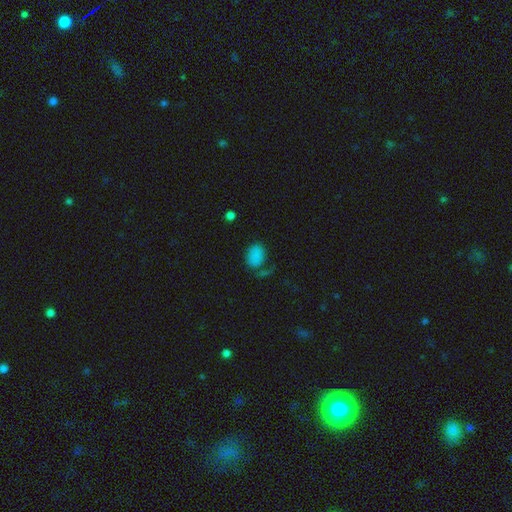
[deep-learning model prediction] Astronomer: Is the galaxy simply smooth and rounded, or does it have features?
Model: smooth — 81%.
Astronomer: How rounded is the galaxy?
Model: in between — 75%.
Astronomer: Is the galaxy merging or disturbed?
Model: none — 62%.